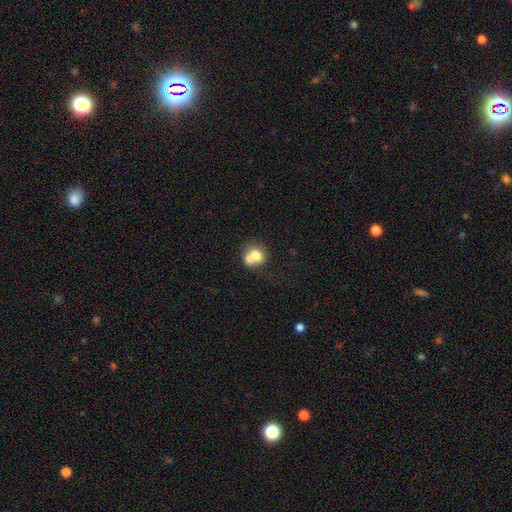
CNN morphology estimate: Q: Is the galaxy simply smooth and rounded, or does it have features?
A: smooth — 70%.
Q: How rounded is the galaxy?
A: round — 65%.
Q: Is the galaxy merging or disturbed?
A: merger — 58%.